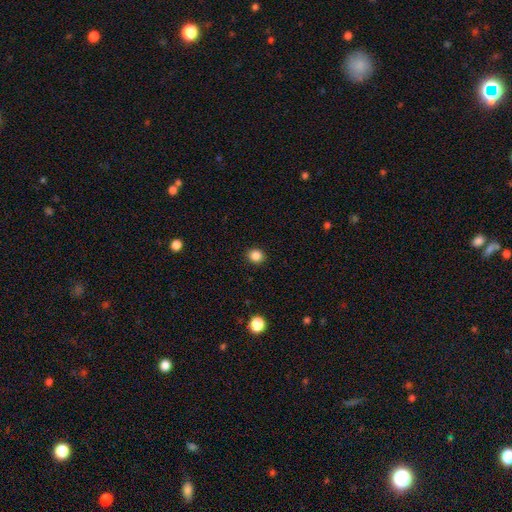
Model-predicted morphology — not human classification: smooth 86%, star or artifact 11%, featured or disk 3%. Down the decision tree: how rounded — round (78%); merging — none (91%).